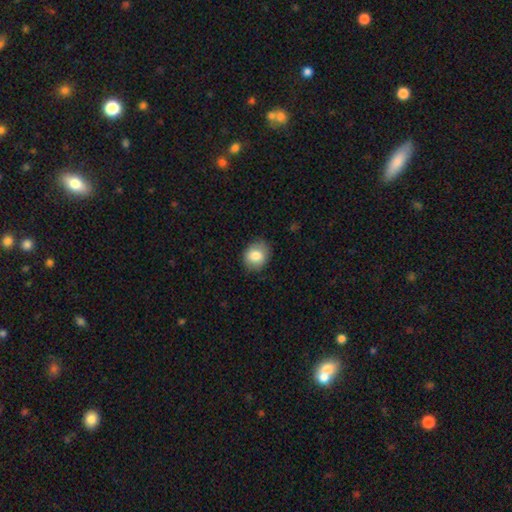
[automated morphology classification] A smooth galaxy with no disk features (81%) that is round (62%).

Vote fractions:
- Smooth or featured? smooth: 81% / featured or disk: 11% / star or artifact: 8%
- How rounded? round: 62% / in between: 37% / cigar-shaped: 1%
- Merging? none: 80% / minor disturbance: 16% / major disturbance: 3% / merger: 1%